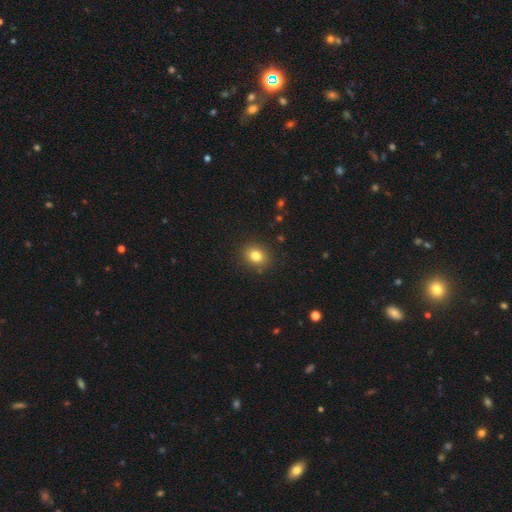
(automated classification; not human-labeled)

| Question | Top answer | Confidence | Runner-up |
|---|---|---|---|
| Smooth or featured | smooth | 81% | star or artifact (12%) |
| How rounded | round | 61% | in between (38%) |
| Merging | none | 89% | minor disturbance (8%) |